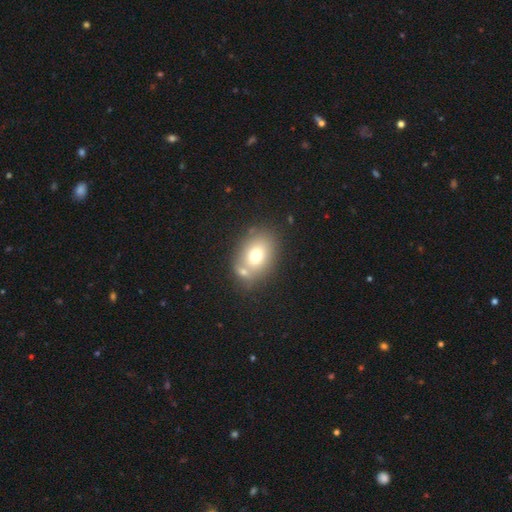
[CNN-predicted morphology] smooth 72%, featured or disk 18%, star or artifact 10%. Down the decision tree: how rounded — in between (69%); merging — none (55%).